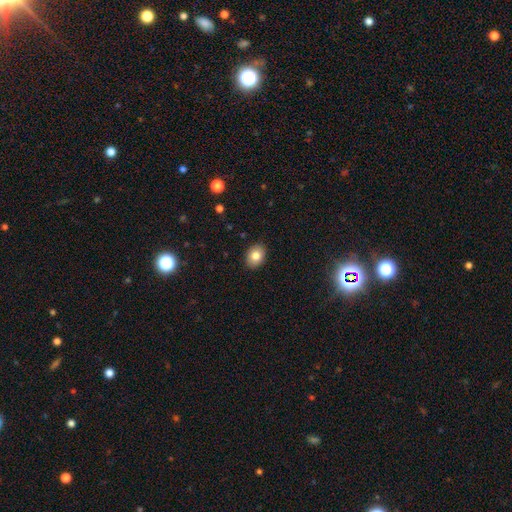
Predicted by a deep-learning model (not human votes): smooth 81%, featured or disk 10%, star or artifact 9%. Down the decision tree: how rounded — in between (66%); merging — none (89%).